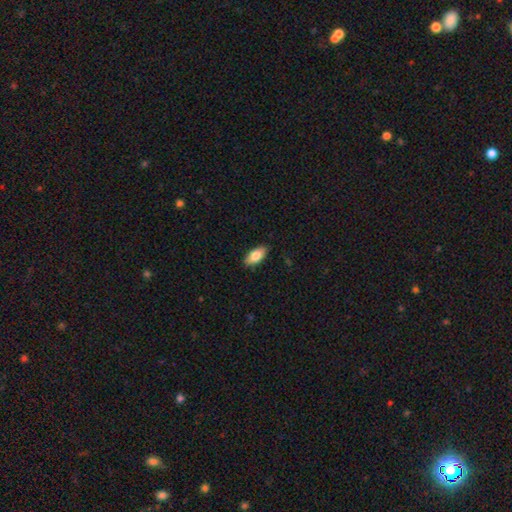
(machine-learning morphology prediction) This is clearly a smooth galaxy (83%). How rounded: clearly in between (90%). Merging: clearly none (87%).